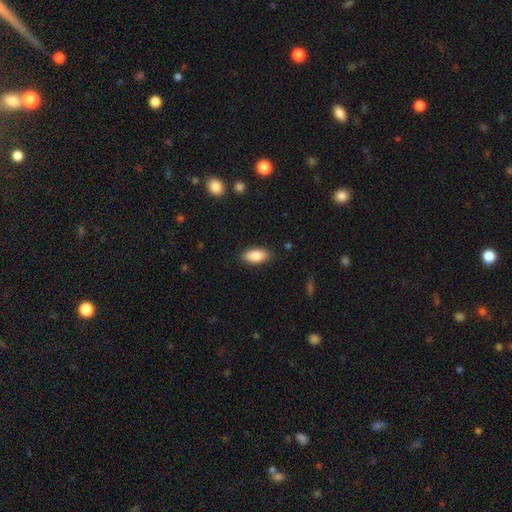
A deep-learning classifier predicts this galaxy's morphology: Smooth or featured: smooth — 86% (featured or disk — 8%)
How rounded: in between — 90% (cigar-shaped — 8%)
Merging: none — 87% (minor disturbance — 10%)